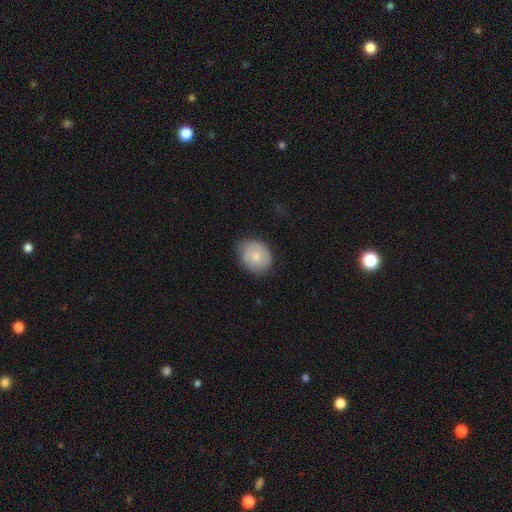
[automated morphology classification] Smooth or featured?
  - smooth: 70% *
  - featured or disk: 23%
  - star or artifact: 6%
How rounded?
  - round: 56% *
  - in between: 43%
  - cigar-shaped: 1%
Merging?
  - none: 76% *
  - minor disturbance: 19%
  - major disturbance: 4%
  - merger: 1%